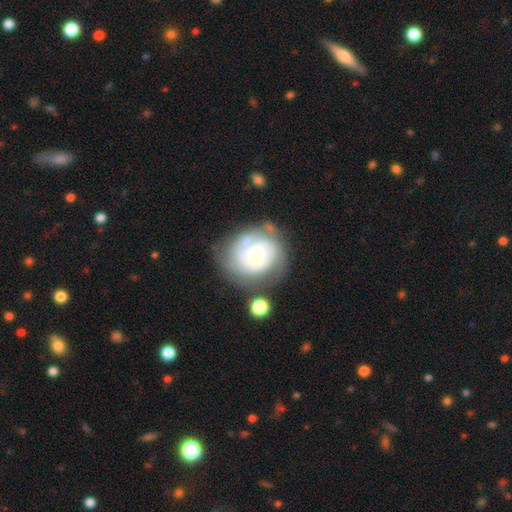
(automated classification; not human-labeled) featured or disk 69%, smooth 24%, star or artifact 7%. Down the decision tree: edge-on disk — no (98%); bar — no (74%); spiral arms — yes (84%); spiral arm count — can't tell (34%, tied with 2); spiral winding — tight (56%); bulge size — small (57%); merging — none (58%).